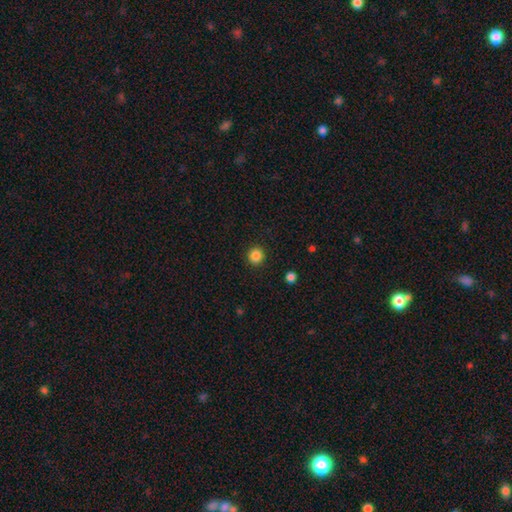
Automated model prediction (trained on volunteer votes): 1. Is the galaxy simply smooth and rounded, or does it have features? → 86% smooth, 11% star or artifact, 3% featured or disk.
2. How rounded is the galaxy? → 92% round, 7% in between, 1% cigar-shaped.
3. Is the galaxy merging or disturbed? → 92% none, 5% minor disturbance, 2% major disturbance, 1% merger.